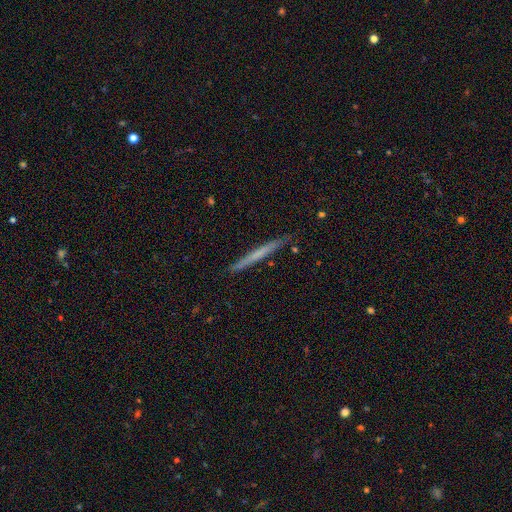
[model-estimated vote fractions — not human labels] Morphology: type=smooth (50%); roundness=cigar-shaped (97%); merging=none (90%).